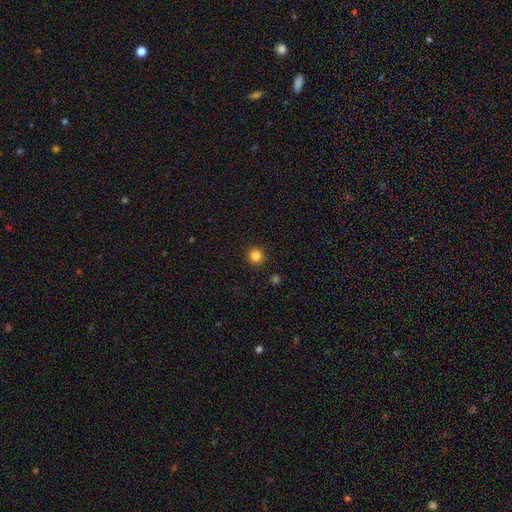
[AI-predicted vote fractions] Q: Smooth or featured?
A: smooth (84%); runner-up: star or artifact (12%)
Q: How rounded?
A: round (95%); runner-up: in between (4%)
Q: Merging?
A: none (92%); runner-up: minor disturbance (5%)